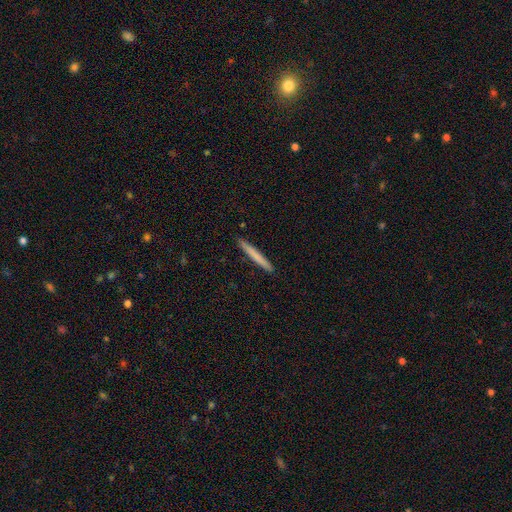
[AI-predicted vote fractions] This is likely a smooth galaxy (72%). How rounded: clearly cigar-shaped (97%). Merging: clearly none (92%).